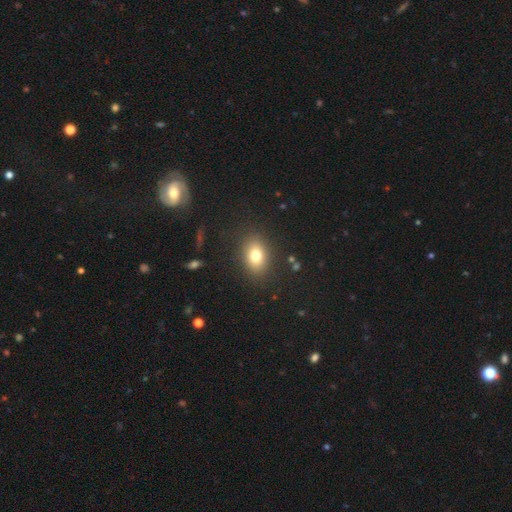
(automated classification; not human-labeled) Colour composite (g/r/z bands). It shows a smooth galaxy with no disk features (78%) that is in between round and cigar-shaped (75%). Merging: none (86%).